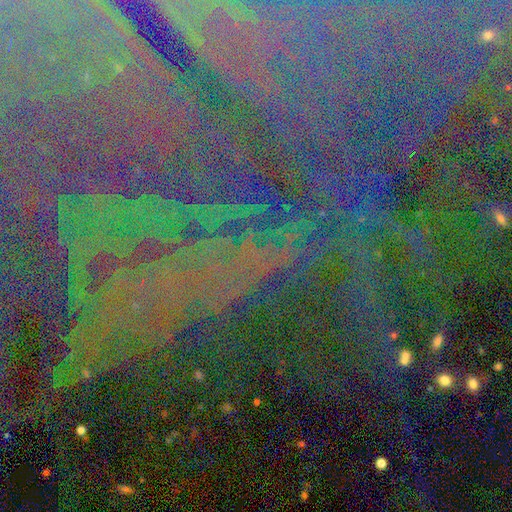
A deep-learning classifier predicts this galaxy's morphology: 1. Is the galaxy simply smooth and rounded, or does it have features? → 86% star or artifact, 8% featured or disk, 6% smooth.